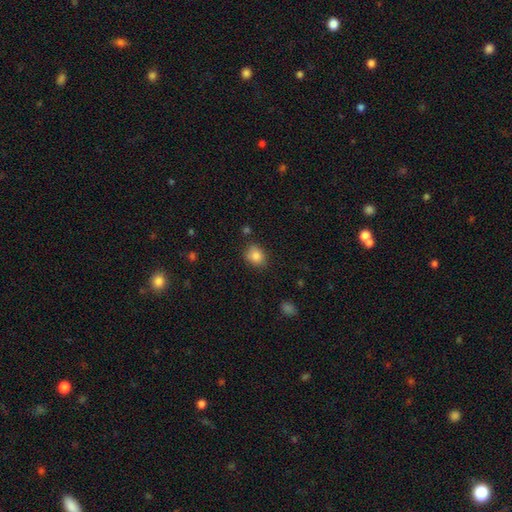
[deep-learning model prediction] This appears to be a smooth galaxy with no disk features (83%) that is round (59%). Merging: none (75%).